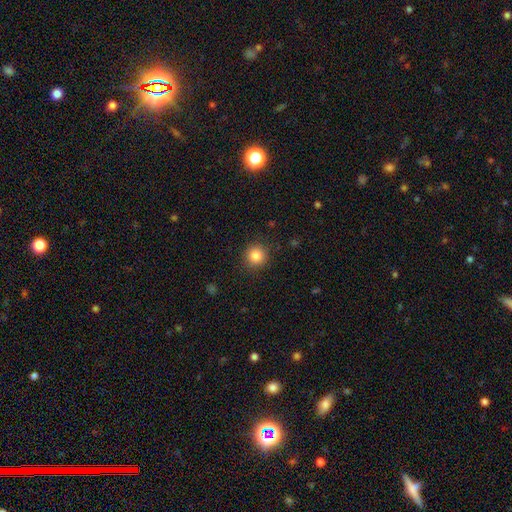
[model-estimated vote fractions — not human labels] Smooth or featured? smooth (84%)
How rounded? round (93%)
Merging? none (90%)